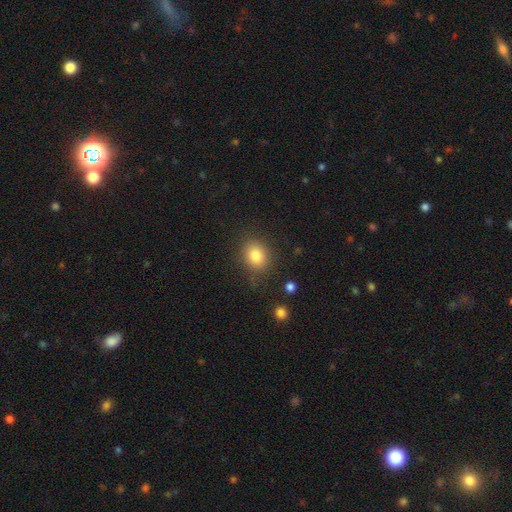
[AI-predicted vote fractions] Smooth or featured? Predicted: smooth (p=0.82). How rounded? Predicted: round (p=0.63). Merging? Predicted: none (p=0.80).